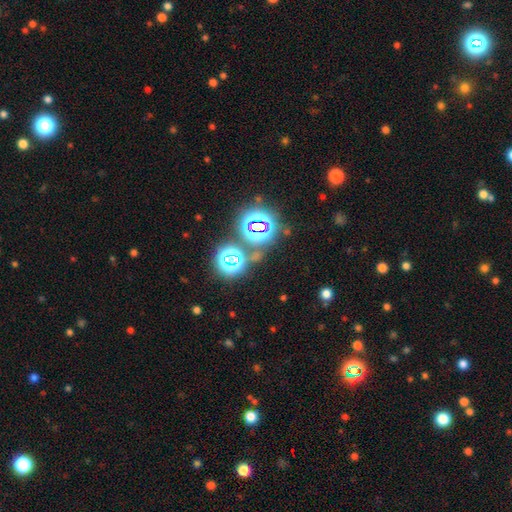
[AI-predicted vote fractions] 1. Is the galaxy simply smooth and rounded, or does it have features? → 72% star or artifact, 20% smooth, 8% featured or disk.